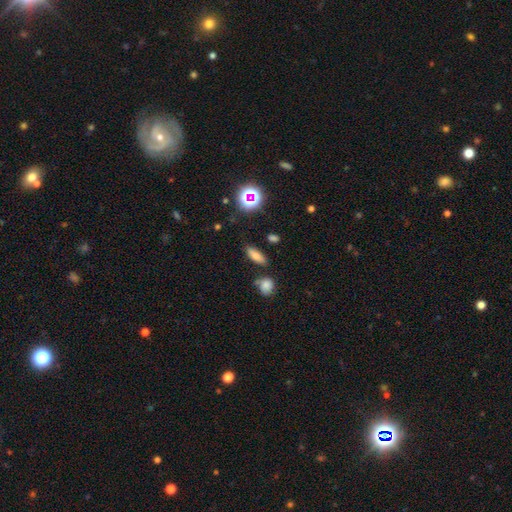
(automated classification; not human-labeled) Morphology: type=smooth (72%); roundness=in between (61%); merging=none (78%).